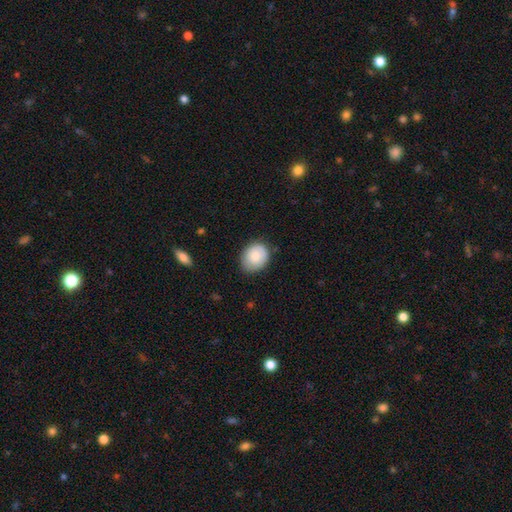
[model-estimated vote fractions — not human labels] A smooth galaxy with no disk features (81%) that is round (51%).

Vote fractions:
- Smooth or featured? smooth: 81% / featured or disk: 13% / star or artifact: 7%
- How rounded? round: 51% / in between: 48% / cigar-shaped: 1%
- Merging? none: 75% / minor disturbance: 20% / major disturbance: 4% / merger: 1%